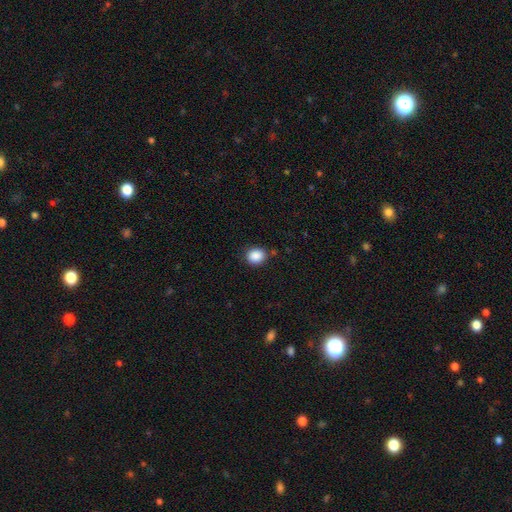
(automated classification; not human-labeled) smooth 88%, star or artifact 9%, featured or disk 3%. Down the decision tree: how rounded — round (66%); merging — none (84%).